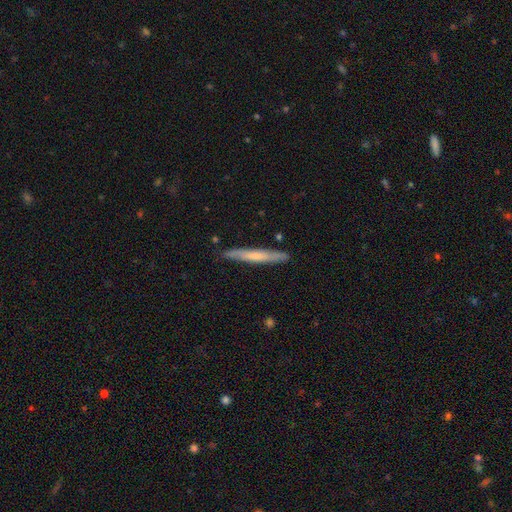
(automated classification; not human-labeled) A smooth galaxy with no disk features (54%) that is cigar-shaped (96%). Merging: none (87%).